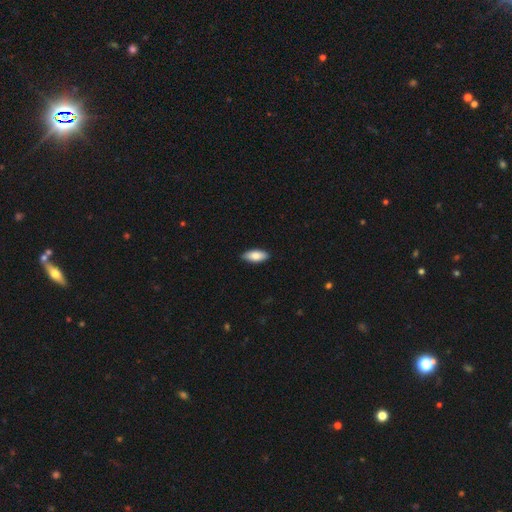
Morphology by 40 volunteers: This is likely a smooth galaxy (78%). How rounded: clearly in between (100%). Merging: clearly none (98%).